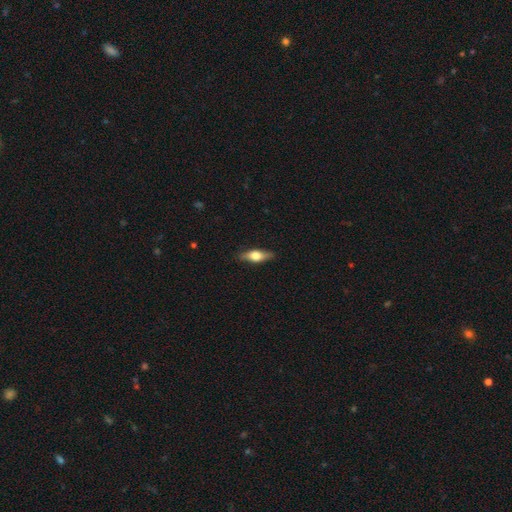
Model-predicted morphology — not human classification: Smooth or featured?
  - smooth: 50% *
  - featured or disk: 44%
  - star or artifact: 6%
Merging?
  - none: 86% *
  - minor disturbance: 11%
  - major disturbance: 2%
  - merger: 1%